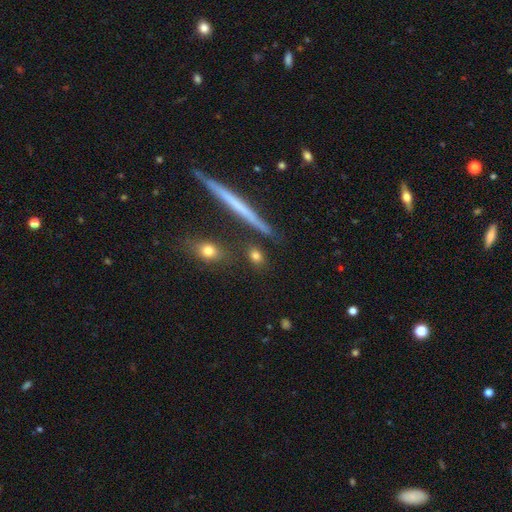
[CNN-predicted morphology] Smooth or featured? smooth (79%)
How rounded? round (44%)
Merging? none (82%)